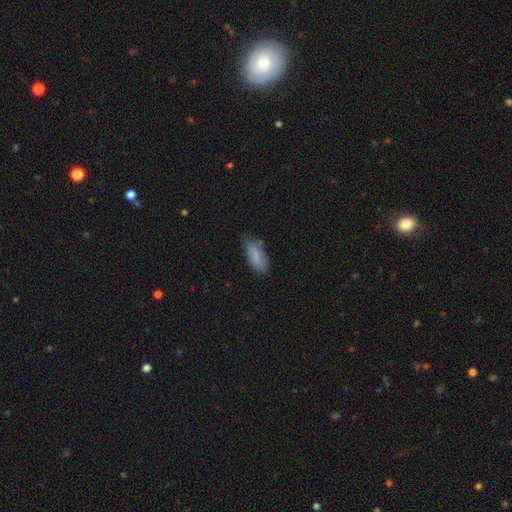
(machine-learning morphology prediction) smooth_or_featured: smooth (p=0.86) [alt: featured or disk p=0.08]
how_rounded: in between (p=0.84) [alt: cigar-shaped p=0.14]
merging: none (p=0.77) [alt: minor disturbance p=0.18]